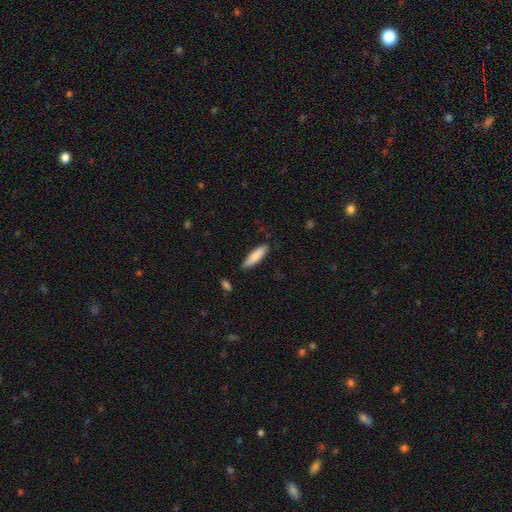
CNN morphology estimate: A smooth galaxy with no disk features (86%) that is cigar-shaped (60%). Merging: none (82%).